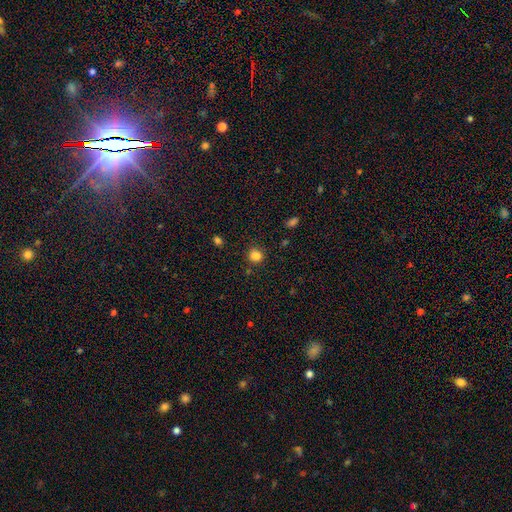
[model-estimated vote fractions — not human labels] Smooth or featured? smooth (82%)
How rounded? round (77%)
Merging? none (80%)